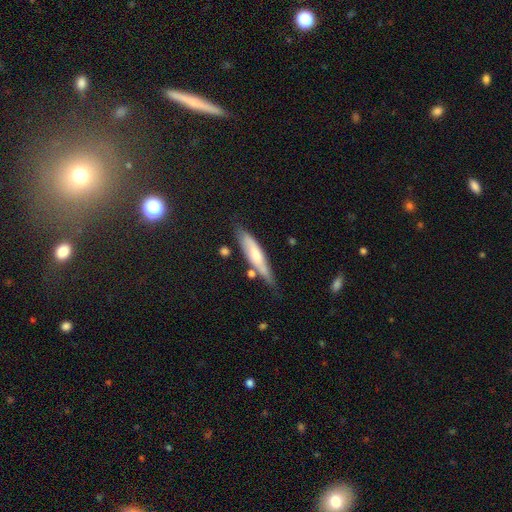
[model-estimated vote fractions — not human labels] A smooth galaxy with no disk features (53%) that is cigar-shaped (77%). Merging: none (68%).